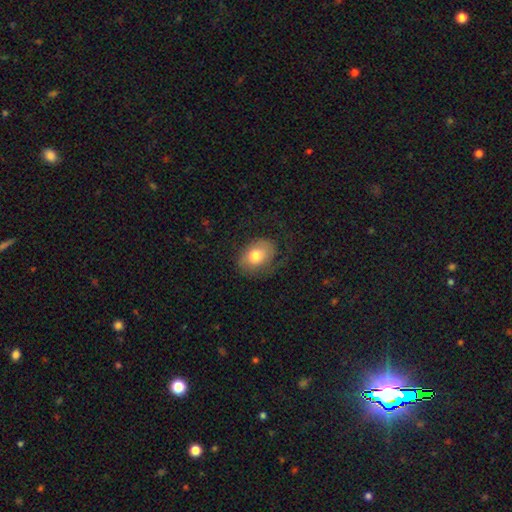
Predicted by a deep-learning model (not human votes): A smooth galaxy with no disk features (72%) that is in between round and cigar-shaped (69%). Merging: none (62%).